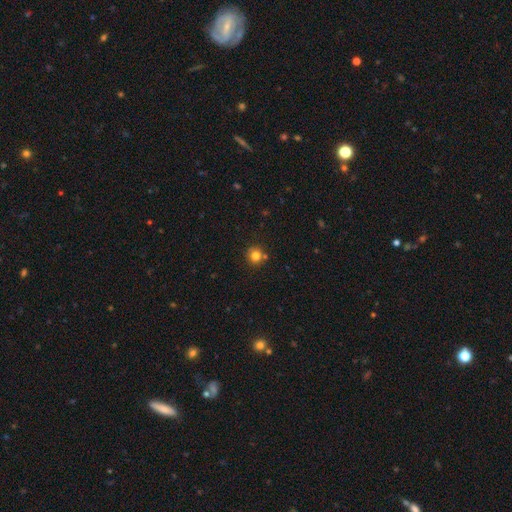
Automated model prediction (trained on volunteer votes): Overall: smooth (80%). How rounded: round (91%). Merging: none (79%).